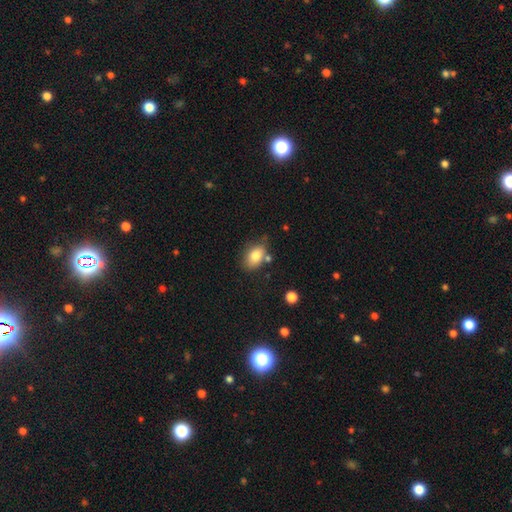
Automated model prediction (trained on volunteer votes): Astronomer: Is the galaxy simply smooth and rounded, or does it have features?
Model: smooth — 82%.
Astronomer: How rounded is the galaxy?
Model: in between — 85%.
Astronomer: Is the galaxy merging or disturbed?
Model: none — 67%.